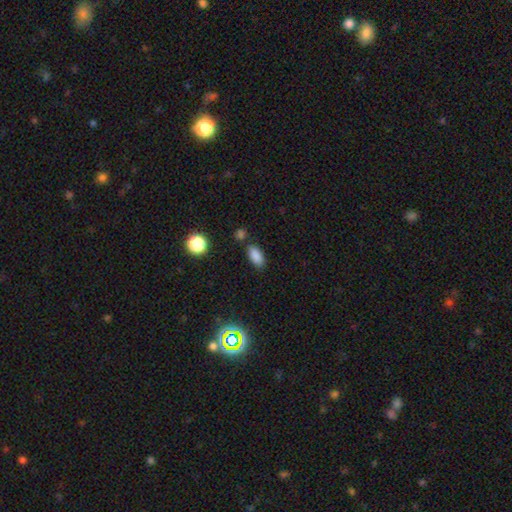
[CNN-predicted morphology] A smooth galaxy with no disk features (86%) that is in between round and cigar-shaped (87%). Merging: none (79%).